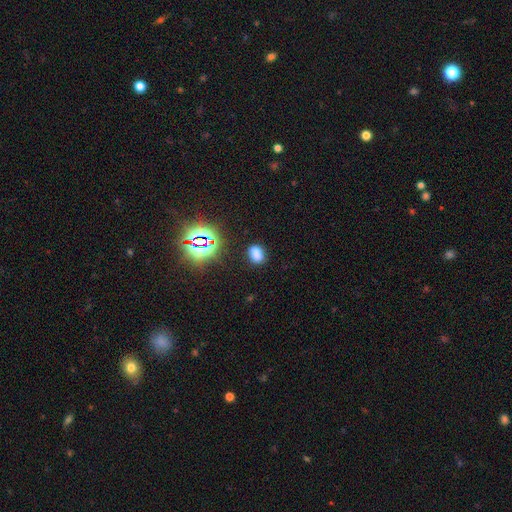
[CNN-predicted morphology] Smooth or featured?
  - smooth: 71% *
  - star or artifact: 22%
  - featured or disk: 7%
How rounded?
  - in between: 79% *
  - round: 19%
  - cigar-shaped: 2%
Merging?
  - none: 81% *
  - minor disturbance: 12%
  - major disturbance: 4%
  - merger: 3%